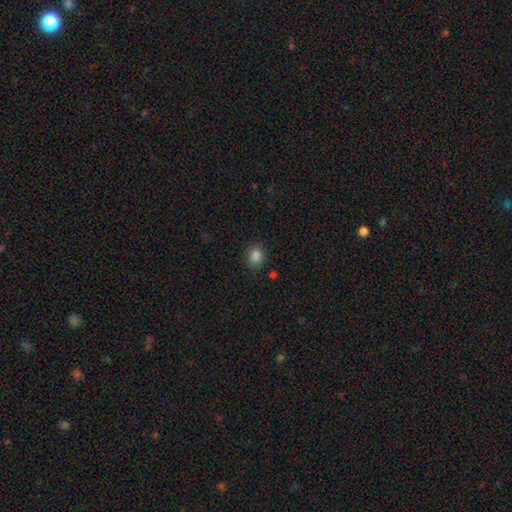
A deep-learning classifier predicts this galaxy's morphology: This is clearly a smooth galaxy (85%). How rounded: likely round (62%). Merging: clearly none (85%).